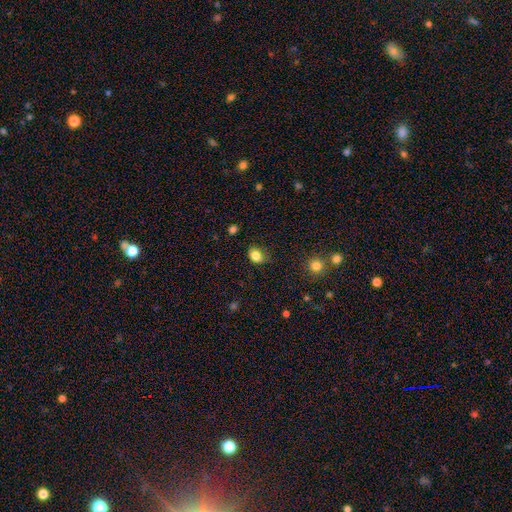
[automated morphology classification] This appears to be a smooth galaxy with no disk features (84%) that is in between round and cigar-shaped (54%). Merging: none (77%).